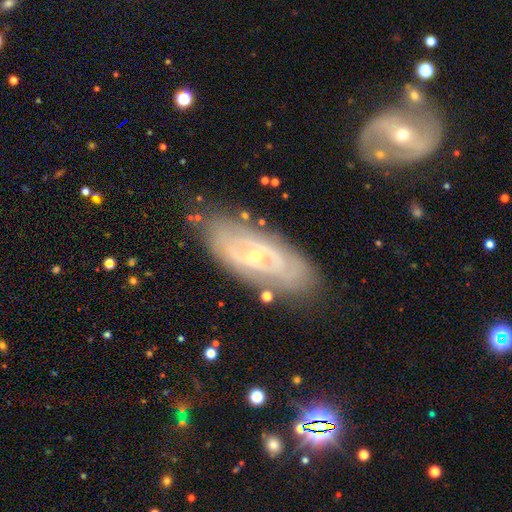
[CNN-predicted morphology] Smooth or featured? featured or disk (81%)
Edge-on disk? no (90%)
Bar? weak (41%)
Spiral arms? yes (83%)
Spiral winding? tight (57%)
Spiral arm count? 2 (49%)
Bulge size? small (70%)
Merging? none (78%)